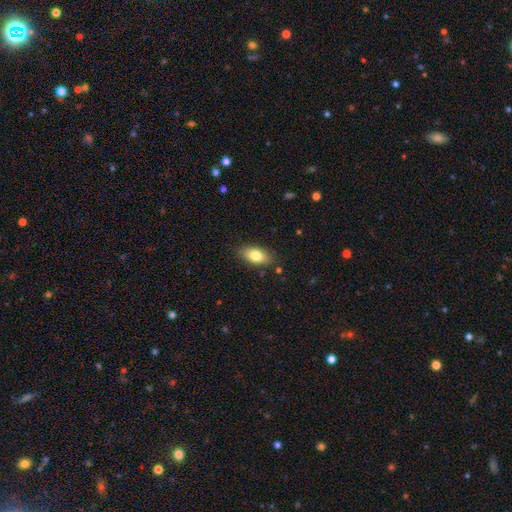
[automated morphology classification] smooth 79%, featured or disk 14%, star or artifact 7%. Down the decision tree: how rounded — in between (88%); merging — none (85%).